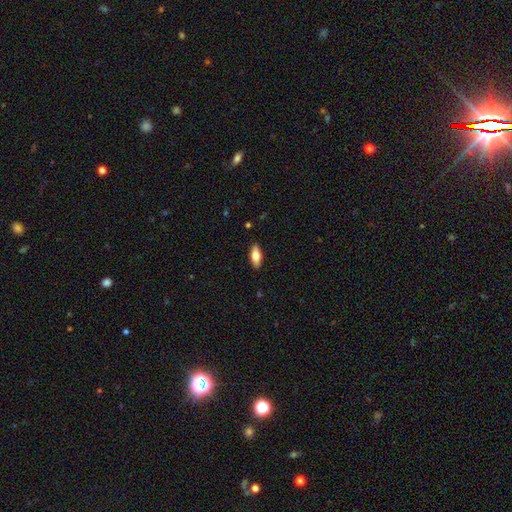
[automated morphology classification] smooth-or-featured: smooth: 74% | featured or disk: 20% | star or artifact: 6%
  how-rounded: in between: 82% | cigar-shaped: 15% | round: 2%
  merging: none: 90% | minor disturbance: 8% | major disturbance: 2% | merger: 1%